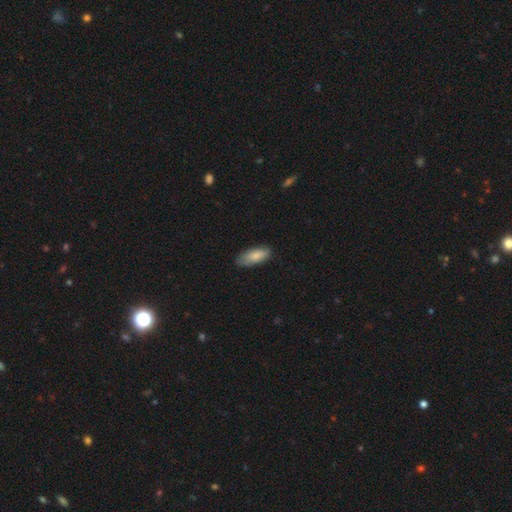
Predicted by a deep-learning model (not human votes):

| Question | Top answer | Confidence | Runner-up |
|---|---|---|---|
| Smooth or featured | smooth | 84% | featured or disk (10%) |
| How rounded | in between | 78% | cigar-shaped (21%) |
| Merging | none | 76% | minor disturbance (20%) |